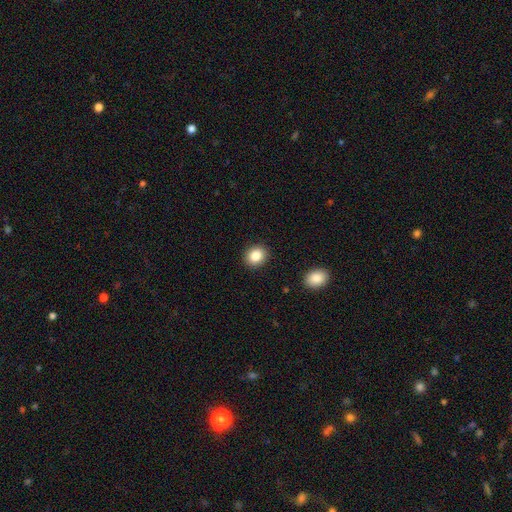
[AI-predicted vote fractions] smooth-or-featured: smooth: 85% | star or artifact: 9% | featured or disk: 6%
  how-rounded: round: 66% | in between: 34% | cigar-shaped: 1%
  merging: none: 90% | minor disturbance: 6% | major disturbance: 2% | merger: 1%